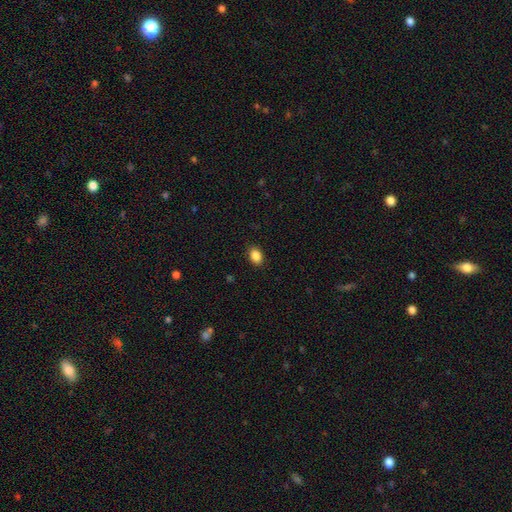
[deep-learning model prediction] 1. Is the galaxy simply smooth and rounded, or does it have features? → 87% smooth, 9% star or artifact, 4% featured or disk.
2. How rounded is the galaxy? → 78% in between, 21% round, 1% cigar-shaped.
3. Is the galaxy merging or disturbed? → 89% none, 8% minor disturbance, 2% major disturbance, 1% merger.